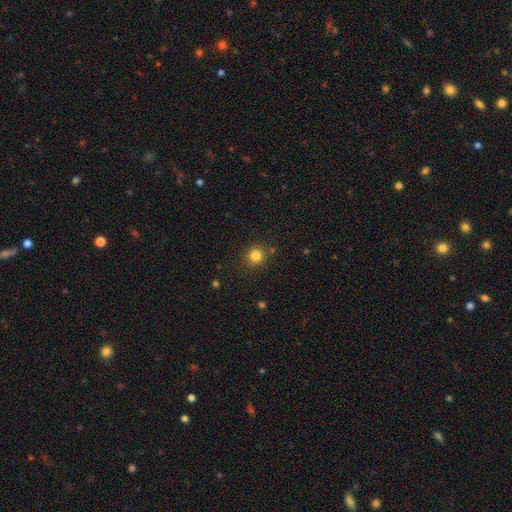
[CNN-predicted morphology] Overall: smooth (82%). How rounded: round (90%). Merging: none (86%).